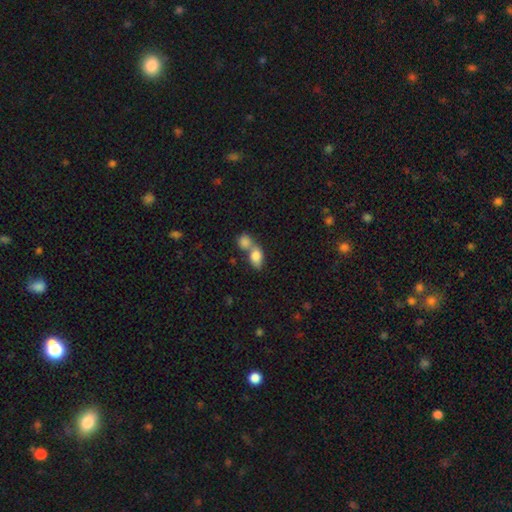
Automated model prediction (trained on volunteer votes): A smooth galaxy with no disk features (82%) that is in between round and cigar-shaped (77%).

Vote fractions:
- Smooth or featured? smooth: 82% / featured or disk: 11% / star or artifact: 8%
- How rounded? in between: 77% / round: 20% / cigar-shaped: 3%
- Merging? merger: 67% / none: 23% / minor disturbance: 7% / major disturbance: 4%